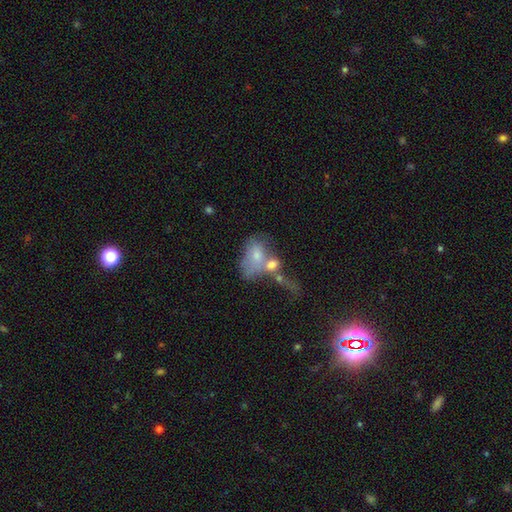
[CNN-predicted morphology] smooth_or_featured: smooth (p=0.60) [alt: featured or disk p=0.31]
how_rounded: in between (p=0.82) [alt: round p=0.15]
merging: merger (p=0.58) [alt: major disturbance p=0.17]